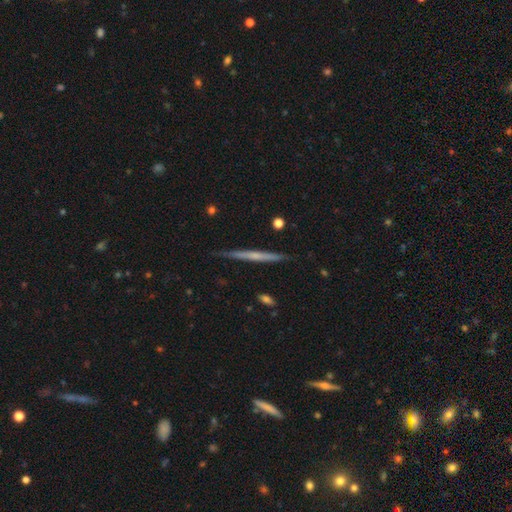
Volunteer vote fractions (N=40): featured or disk 65%, smooth 32%, star or artifact 2%. Down the decision tree: edge-on disk — yes (96%); edge-on bulge — none (56%); merging — none (77%).